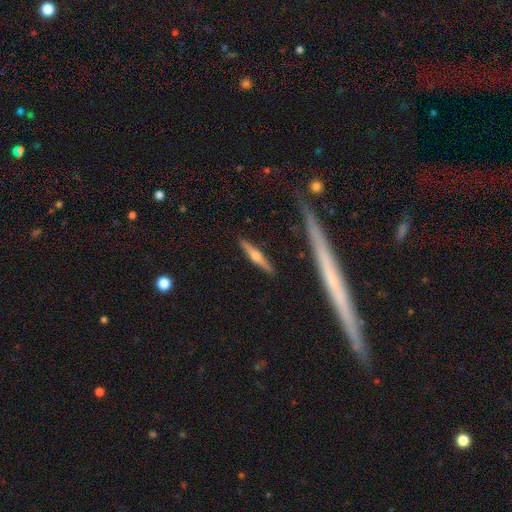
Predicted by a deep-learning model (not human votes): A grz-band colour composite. It shows a featured or disk galaxy (61%) viewed edge-on (96%) with a rounded central bulge (87%). Merging: none (87%).